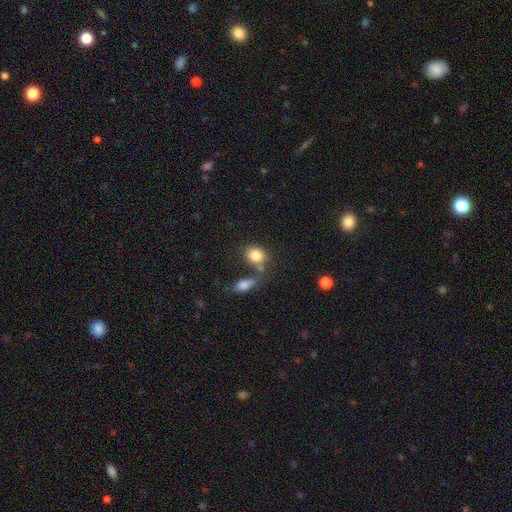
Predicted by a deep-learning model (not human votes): This is clearly a smooth galaxy (82%). How rounded: possibly round (52%). Merging: possibly none (55%).